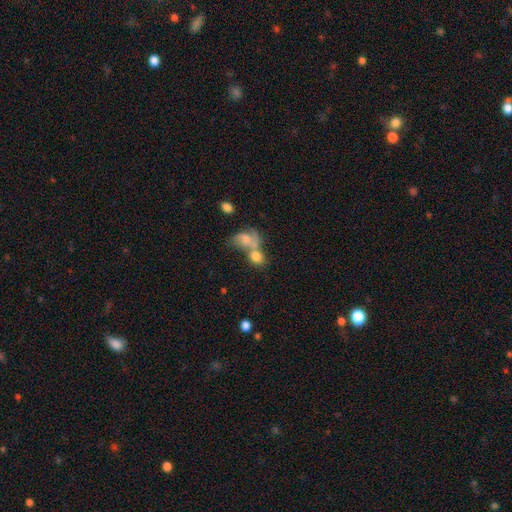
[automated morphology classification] A smooth galaxy with no disk features (45%).

Vote fractions:
- Smooth or featured? smooth: 45% / featured or disk: 35% / star or artifact: 20%
- Merging? merger: 55% / none: 29% / minor disturbance: 9% / major disturbance: 8%